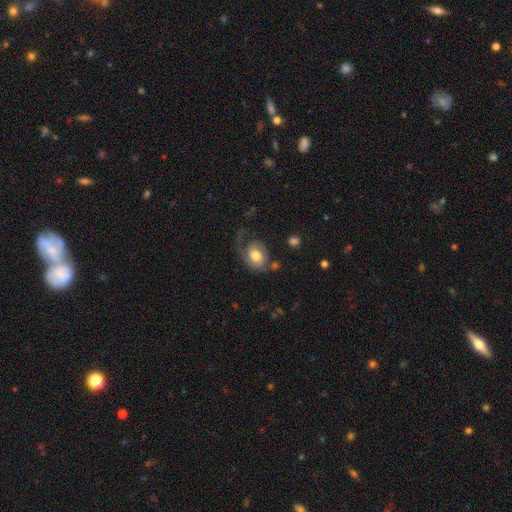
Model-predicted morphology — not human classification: smooth_or_featured: featured or disk (p=0.48) [alt: smooth p=0.45]
merging: none (p=0.37) [alt: major disturbance p=0.36]